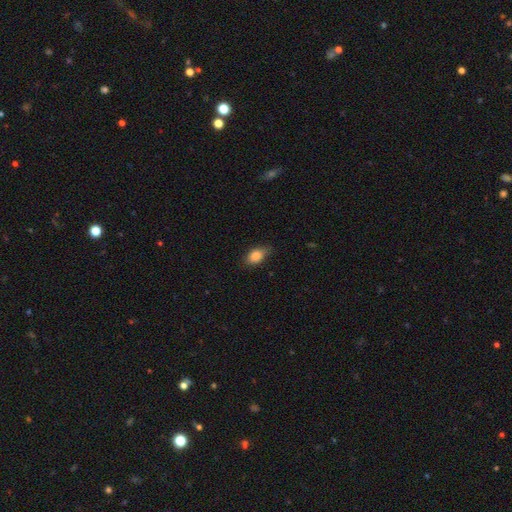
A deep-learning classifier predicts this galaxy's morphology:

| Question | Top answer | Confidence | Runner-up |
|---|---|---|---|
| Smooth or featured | smooth | 86% | star or artifact (8%) |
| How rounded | in between | 85% | round (12%) |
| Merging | none | 75% | minor disturbance (20%) |